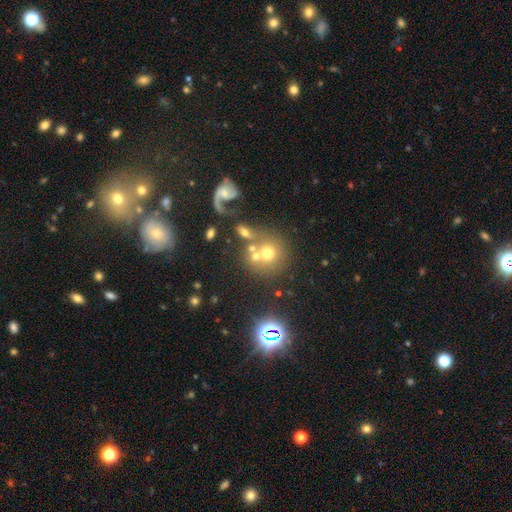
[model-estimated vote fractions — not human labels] Smooth or featured? smooth (56%)
How rounded? round (79%)
Merging? none (45%)